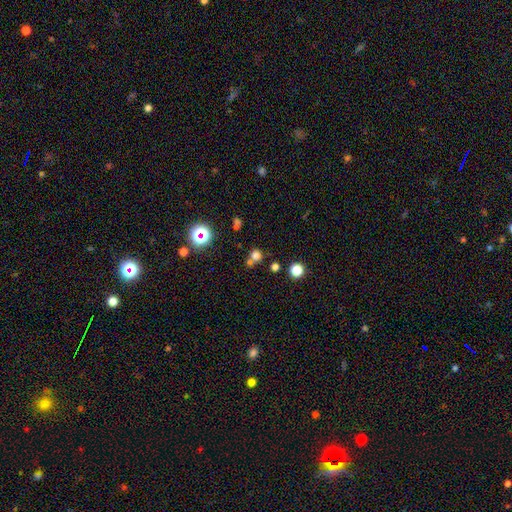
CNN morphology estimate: type=smooth (69%); roundness=round (87%); merging=none (54%).